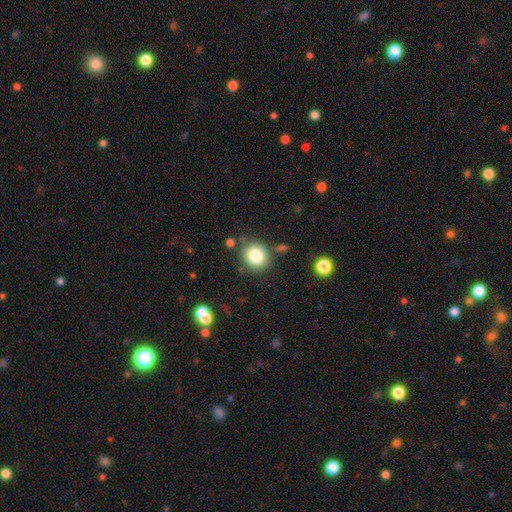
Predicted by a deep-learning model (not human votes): Morphology: type=smooth (82%); roundness=round (84%); merging=none (81%).